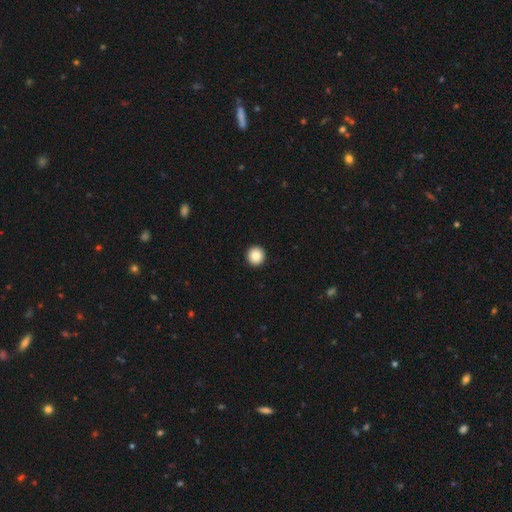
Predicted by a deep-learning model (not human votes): smooth 85%, star or artifact 9%, featured or disk 6%. Down the decision tree: how rounded — round (94%); merging — none (94%).